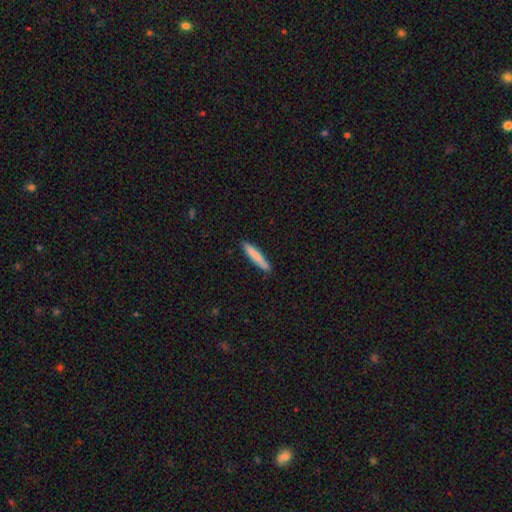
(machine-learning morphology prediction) This is likely a smooth galaxy (80%). How rounded: clearly cigar-shaped (93%). Merging: clearly none (88%).